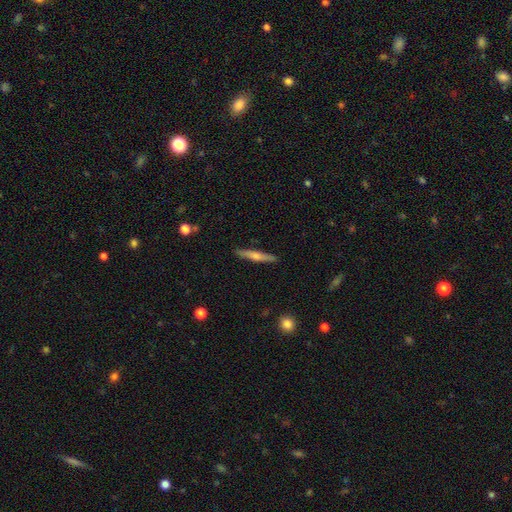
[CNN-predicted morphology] Q: Smooth or featured?
A: featured or disk (58%); runner-up: smooth (35%)
Q: Edge-on disk?
A: yes (96%); runner-up: no (4%)
Q: Edge-on bulge?
A: rounded (76%); runner-up: none (18%)
Q: Merging?
A: none (91%); runner-up: minor disturbance (7%)